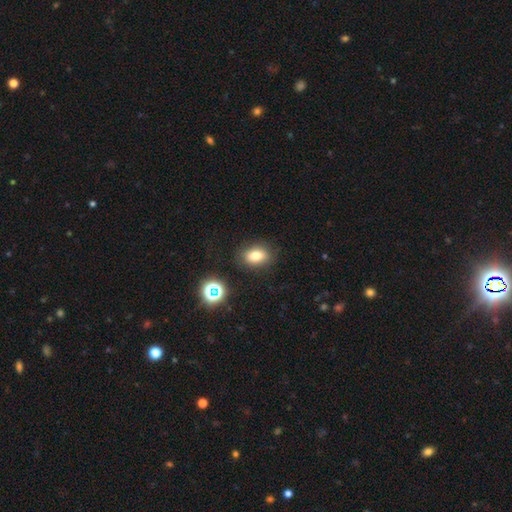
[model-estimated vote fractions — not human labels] Overall: smooth (79%). How rounded: in between (74%). Merging: none (84%).